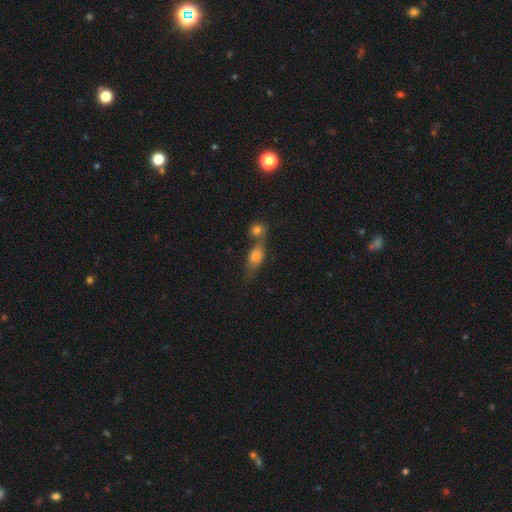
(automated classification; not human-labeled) Q: Smooth or featured?
A: smooth (56%); runner-up: featured or disk (24%)
Q: How rounded?
A: in between (59%); runner-up: round (23%)
Q: Merging?
A: none (45%); runner-up: merger (37%)